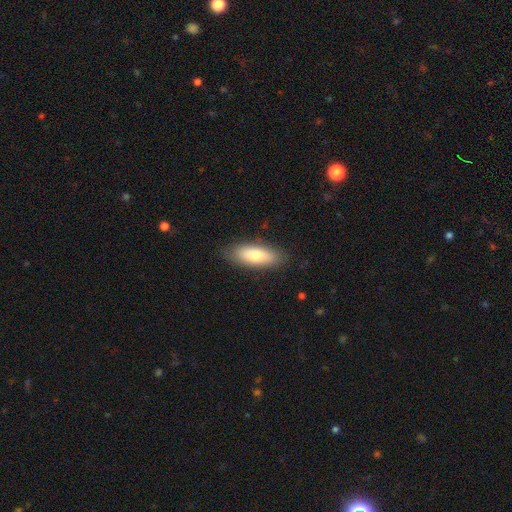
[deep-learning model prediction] smooth 71%, featured or disk 22%, star or artifact 7%. Down the decision tree: how rounded — in between (71%); merging — none (86%).